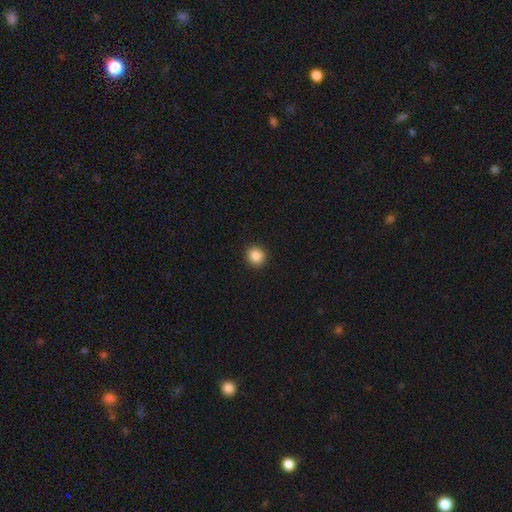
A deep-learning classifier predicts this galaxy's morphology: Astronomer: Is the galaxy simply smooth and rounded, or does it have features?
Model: smooth — 87%.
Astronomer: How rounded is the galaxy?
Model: round — 90%.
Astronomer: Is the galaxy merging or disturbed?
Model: none — 92%.